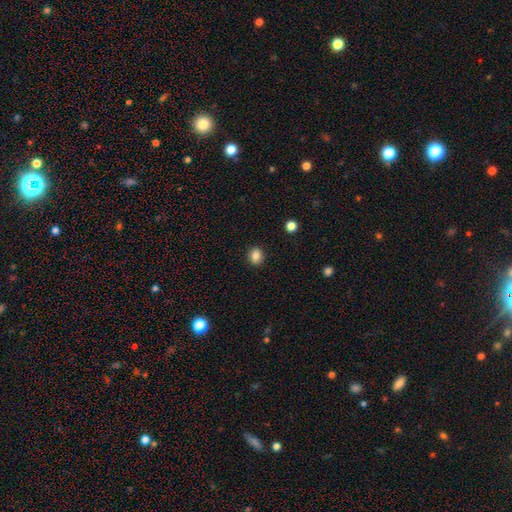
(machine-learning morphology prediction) type=smooth (84%); roundness=round (69%); merging=none (90%).